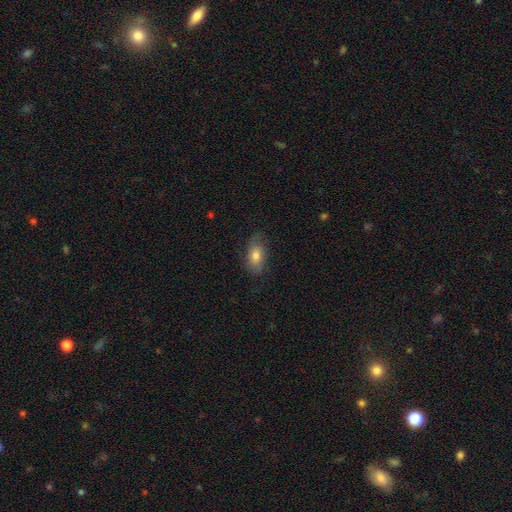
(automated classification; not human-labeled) Q: Smooth or featured?
A: smooth (67%); runner-up: featured or disk (25%)
Q: How rounded?
A: in between (88%); runner-up: round (9%)
Q: Merging?
A: none (69%); runner-up: minor disturbance (22%)